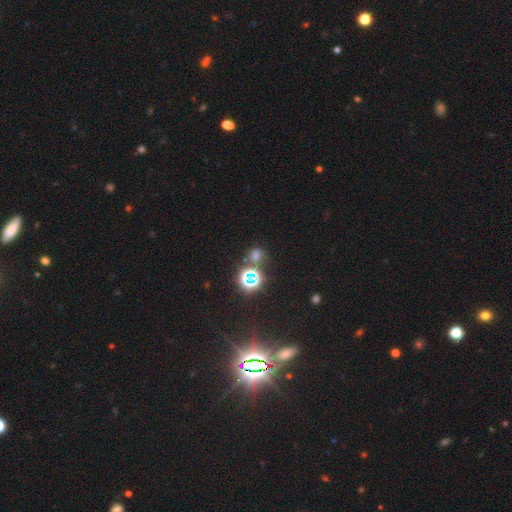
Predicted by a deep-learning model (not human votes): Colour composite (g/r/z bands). It shows a star or artifact, not a galaxy (49%).